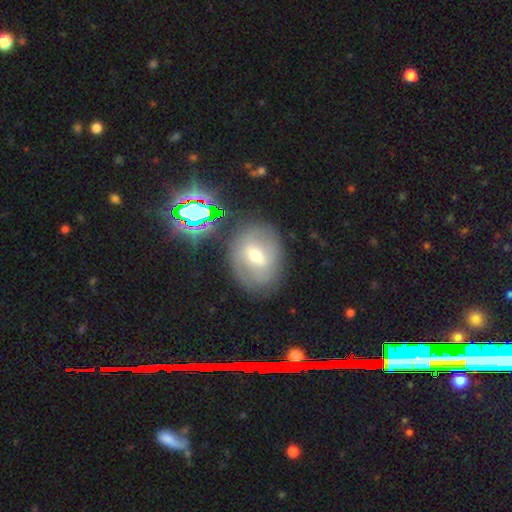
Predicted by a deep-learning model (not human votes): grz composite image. It shows a featured or disk galaxy (51%). Merging: none (76%).